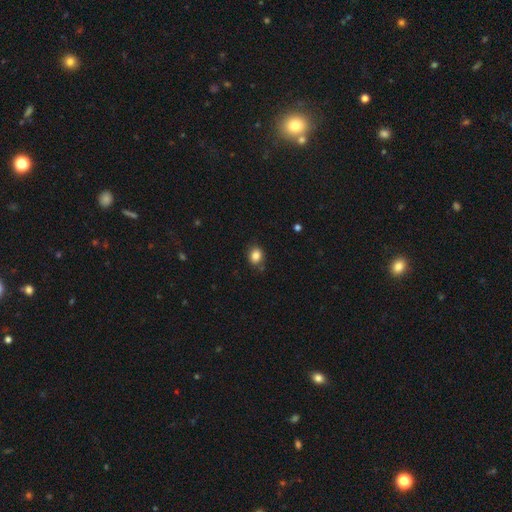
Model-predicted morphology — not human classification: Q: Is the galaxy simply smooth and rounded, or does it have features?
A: smooth — 84%.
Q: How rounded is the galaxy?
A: round — 55%.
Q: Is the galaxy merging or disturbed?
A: none — 81%.